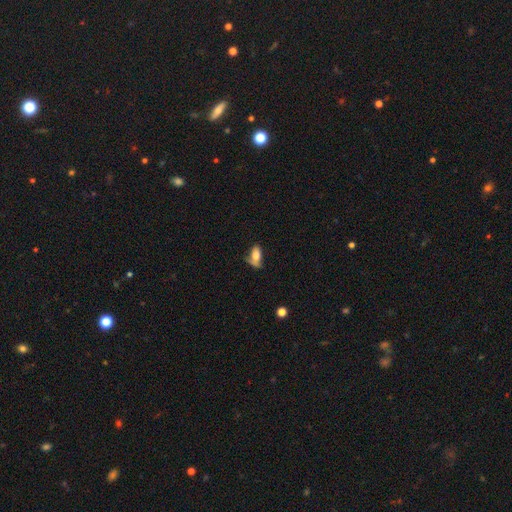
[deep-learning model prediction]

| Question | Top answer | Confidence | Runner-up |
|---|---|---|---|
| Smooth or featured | smooth | 70% | featured or disk (21%) |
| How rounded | in between | 87% | cigar-shaped (8%) |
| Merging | none | 34% | minor disturbance (33%) |